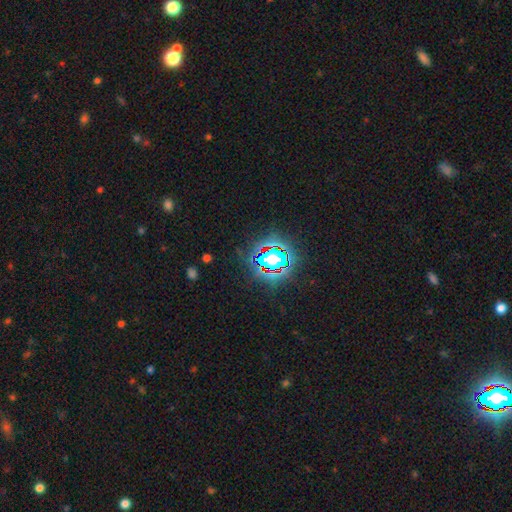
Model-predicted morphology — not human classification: Q: Smooth or featured?
A: star or artifact (83%); runner-up: smooth (10%)